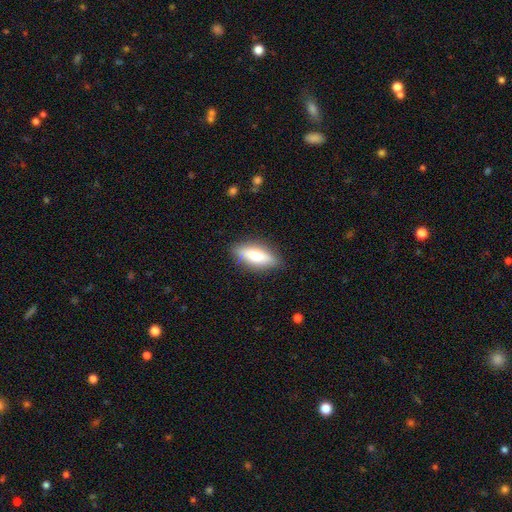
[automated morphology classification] smooth 68%, featured or disk 26%, star or artifact 7%. Down the decision tree: how rounded — in between (60%); merging — none (84%).